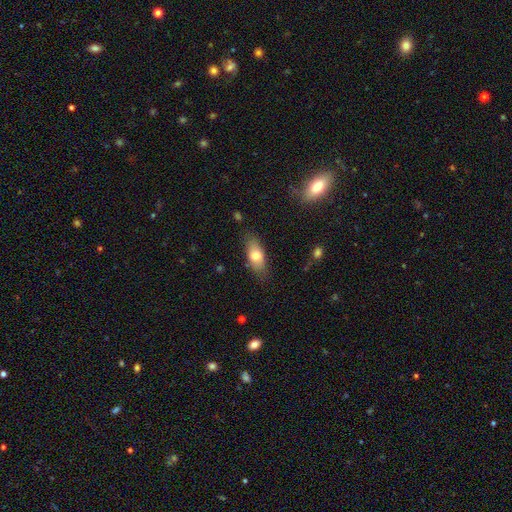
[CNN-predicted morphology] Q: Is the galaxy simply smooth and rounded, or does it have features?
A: smooth — 74%.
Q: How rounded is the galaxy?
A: in between — 81%.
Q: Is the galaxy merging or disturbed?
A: none — 81%.